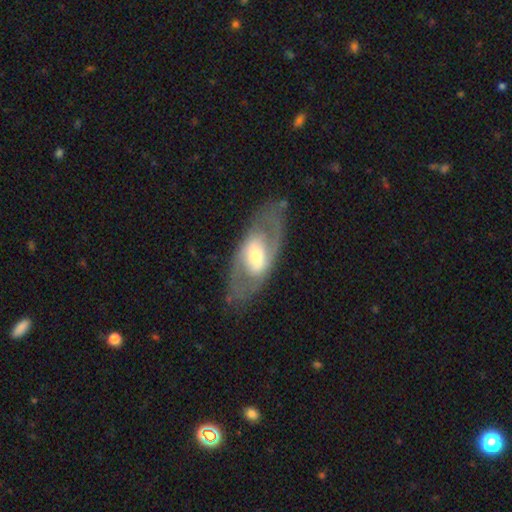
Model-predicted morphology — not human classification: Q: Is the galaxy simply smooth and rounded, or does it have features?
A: featured or disk — 73%.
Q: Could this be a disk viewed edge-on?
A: no — 89%.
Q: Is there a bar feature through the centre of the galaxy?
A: no — 37%.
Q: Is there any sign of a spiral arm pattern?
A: yes — 61%.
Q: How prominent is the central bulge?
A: moderate — 56%.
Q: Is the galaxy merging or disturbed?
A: none — 77%.